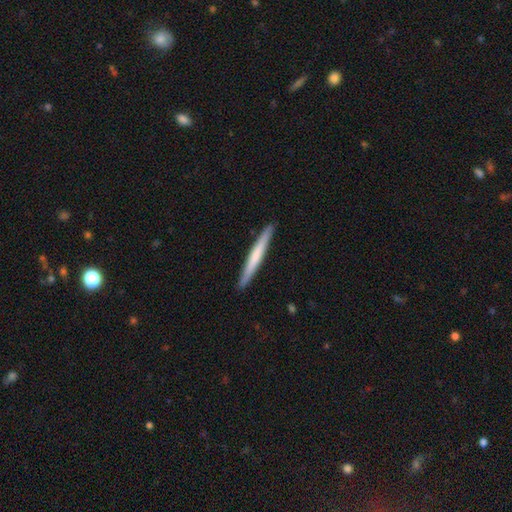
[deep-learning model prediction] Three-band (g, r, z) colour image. It shows a smooth galaxy with no disk features (55%) that is cigar-shaped (97%). Merging: none (92%).